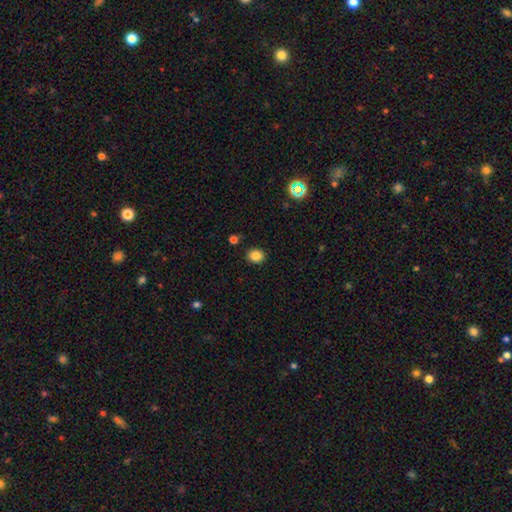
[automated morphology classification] A smooth galaxy with no disk features (84%) that is round (64%).

Vote fractions:
- Smooth or featured? smooth: 84% / star or artifact: 12% / featured or disk: 4%
- How rounded? round: 64% / in between: 36% / cigar-shaped: 1%
- Merging? none: 88% / minor disturbance: 8% / major disturbance: 2% / merger: 2%